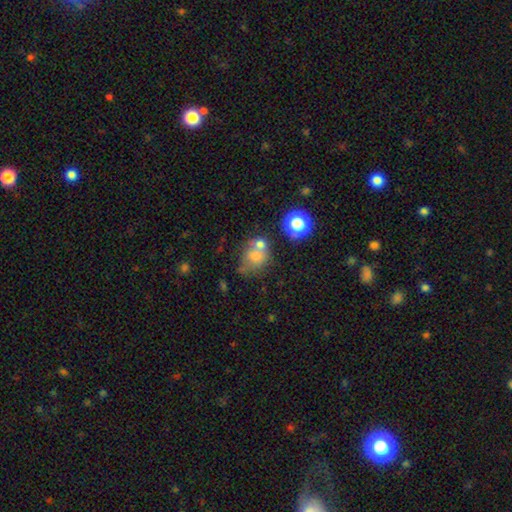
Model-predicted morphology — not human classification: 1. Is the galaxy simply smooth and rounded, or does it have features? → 67% smooth, 17% featured or disk, 15% star or artifact.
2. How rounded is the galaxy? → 60% round, 39% in between, 1% cigar-shaped.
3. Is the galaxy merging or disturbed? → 38% none, 37% merger, 16% minor disturbance, 9% major disturbance.